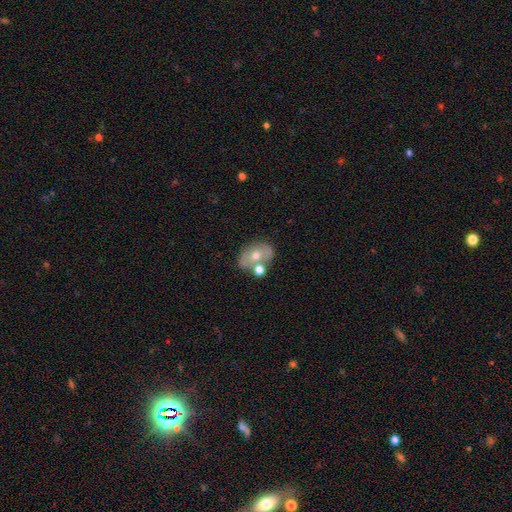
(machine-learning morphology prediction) Smooth or featured: smooth — 50% (featured or disk — 41%)
Merging: none — 55% (merger — 26%)